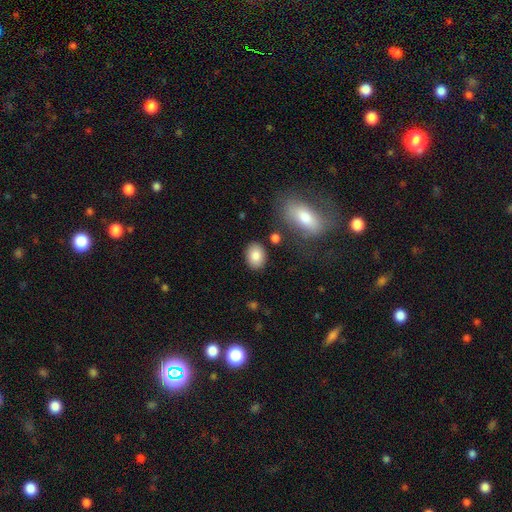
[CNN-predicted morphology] The model was most divided on "how rounded": in between: 74%, round: 25%, cigar-shaped: 1%. More confident: smooth or featured — smooth (85%); merging — none (84%).